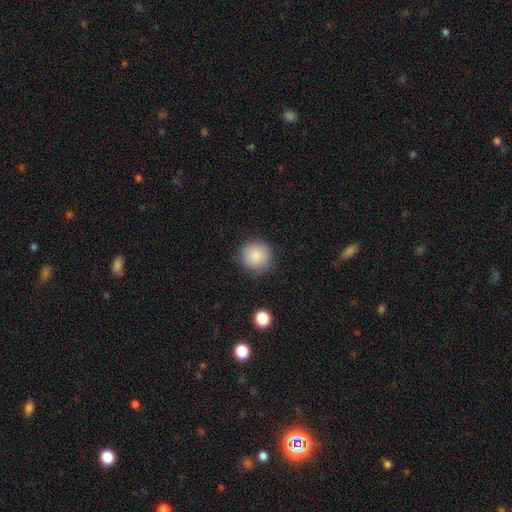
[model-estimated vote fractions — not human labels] Q: Smooth or featured?
A: smooth (86%); runner-up: star or artifact (8%)
Q: How rounded?
A: round (92%); runner-up: in between (7%)
Q: Merging?
A: none (85%); runner-up: minor disturbance (10%)